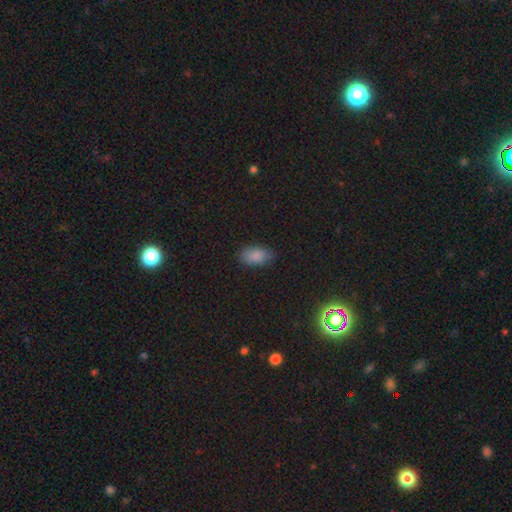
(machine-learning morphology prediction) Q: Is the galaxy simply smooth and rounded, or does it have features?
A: smooth — 85%.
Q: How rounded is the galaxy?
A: in between — 93%.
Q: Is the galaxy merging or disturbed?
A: none — 82%.